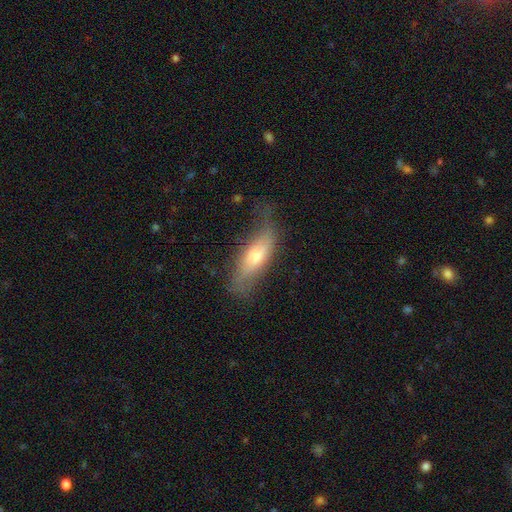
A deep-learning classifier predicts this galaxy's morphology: Smooth or featured?
  - smooth: 50% *
  - featured or disk: 43%
  - star or artifact: 7%
Merging?
  - none: 53% *
  - minor disturbance: 30%
  - major disturbance: 14%
  - merger: 2%